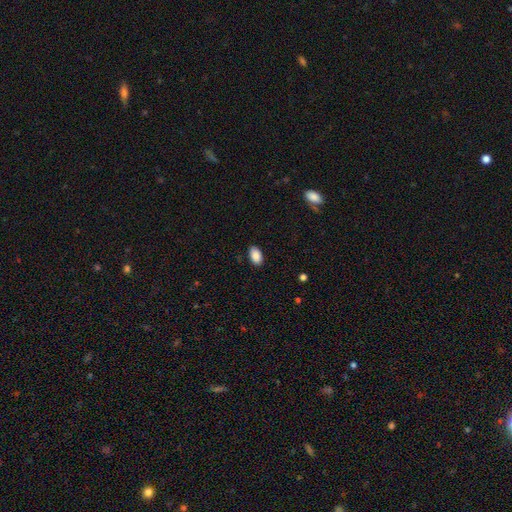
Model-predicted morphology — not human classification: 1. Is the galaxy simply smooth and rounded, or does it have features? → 89% smooth, 7% star or artifact, 4% featured or disk.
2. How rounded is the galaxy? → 93% in between, 6% round, 1% cigar-shaped.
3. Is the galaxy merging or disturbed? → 87% none, 10% minor disturbance, 2% major disturbance, 1% merger.